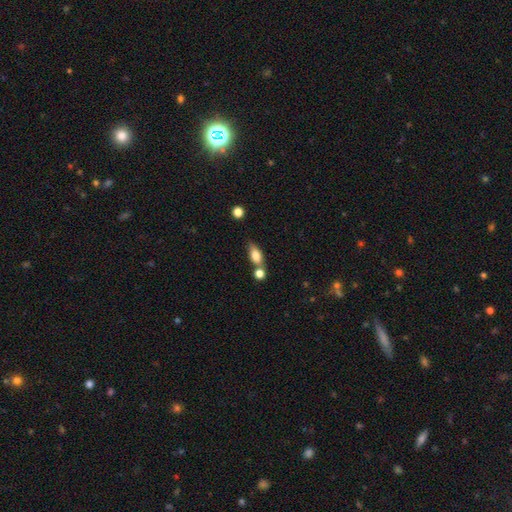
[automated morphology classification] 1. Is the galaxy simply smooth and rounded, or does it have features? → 78% smooth, 13% featured or disk, 9% star or artifact.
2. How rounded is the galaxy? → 78% in between, 13% cigar-shaped, 9% round.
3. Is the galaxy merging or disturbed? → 53% none, 27% merger, 15% minor disturbance, 5% major disturbance.